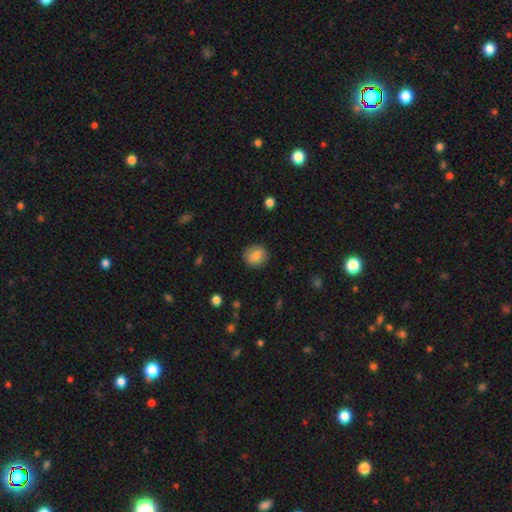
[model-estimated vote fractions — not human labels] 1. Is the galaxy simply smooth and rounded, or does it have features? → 81% smooth, 11% featured or disk, 8% star or artifact.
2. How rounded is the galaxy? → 79% round, 20% in between, 1% cigar-shaped.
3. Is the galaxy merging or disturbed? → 87% none, 9% minor disturbance, 3% major disturbance, 1% merger.